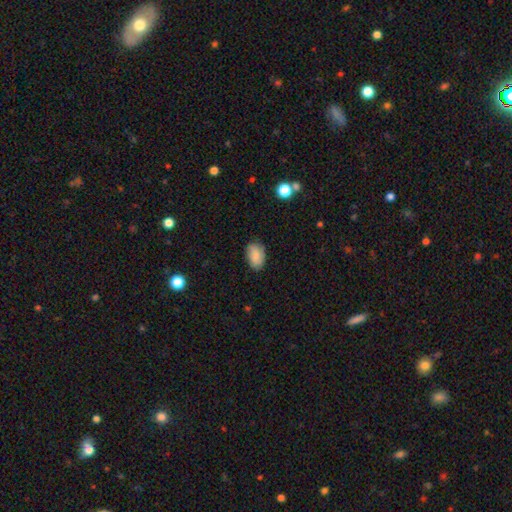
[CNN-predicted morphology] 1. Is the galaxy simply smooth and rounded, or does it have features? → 81% smooth, 11% featured or disk, 8% star or artifact.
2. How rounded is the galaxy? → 89% in between, 9% round, 1% cigar-shaped.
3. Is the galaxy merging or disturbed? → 82% none, 14% minor disturbance, 3% major disturbance, 1% merger.